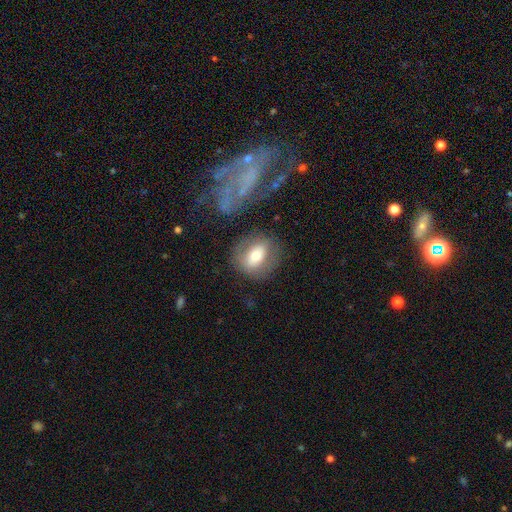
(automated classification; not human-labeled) The model was most divided on "how rounded": round: 52%, in between: 46%, cigar-shaped: 2%. More confident: merging — none (75%); smooth or featured — smooth (57%).